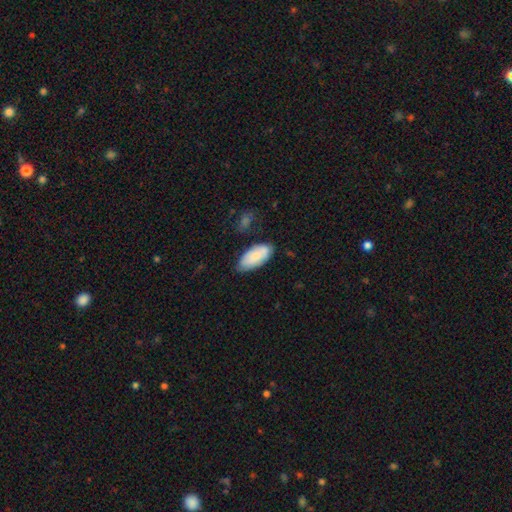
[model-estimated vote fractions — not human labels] A smooth galaxy with no disk features (76%) that is in between round and cigar-shaped (93%). Merging: none (66%).